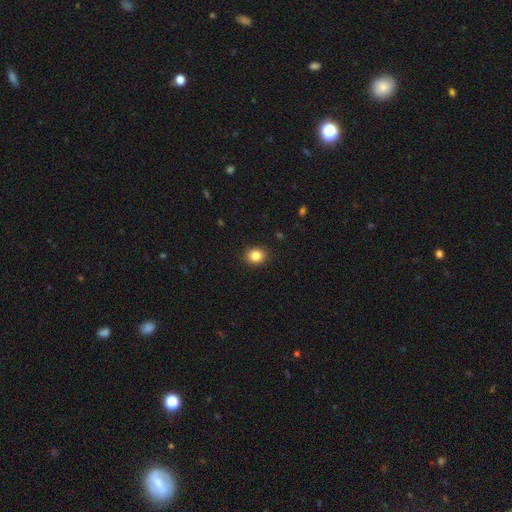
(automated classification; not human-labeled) This appears to be a smooth galaxy with no disk features (85%) that is round (69%). Merging: none (90%).